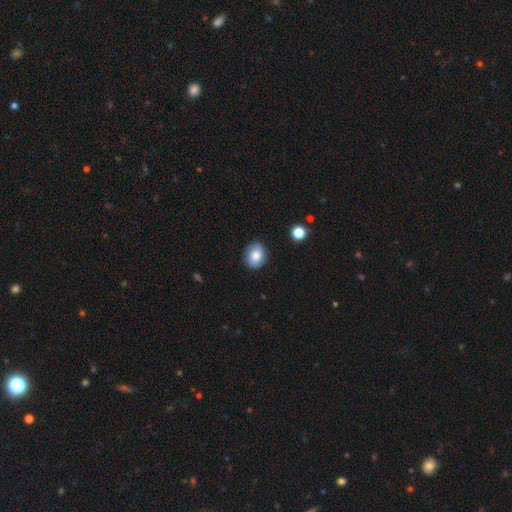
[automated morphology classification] A smooth galaxy with no disk features (80%) that is round (53%). Merging: none (84%).